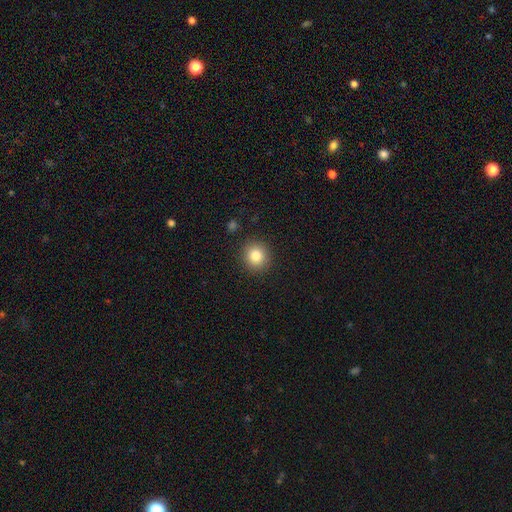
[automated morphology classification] type=smooth (83%); roundness=round (89%); merging=none (90%).